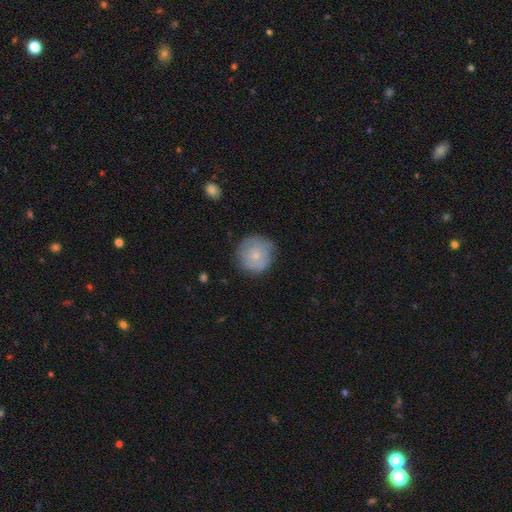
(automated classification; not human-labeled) featured or disk 47%, smooth 46%, star or artifact 7%. Down the decision tree: merging — none (75%).